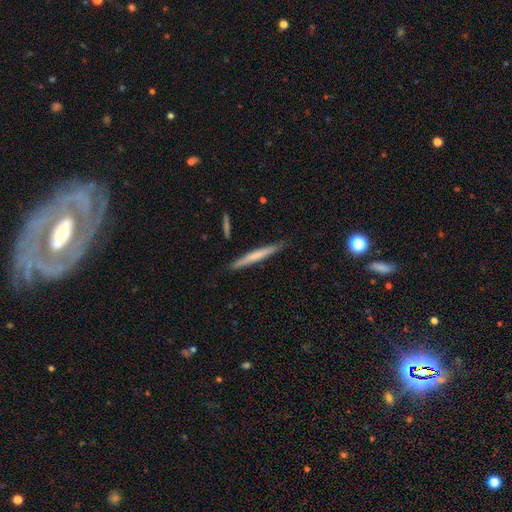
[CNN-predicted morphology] smooth 58%, featured or disk 36%, star or artifact 6%. Down the decision tree: how rounded — cigar-shaped (96%); merging — none (88%).